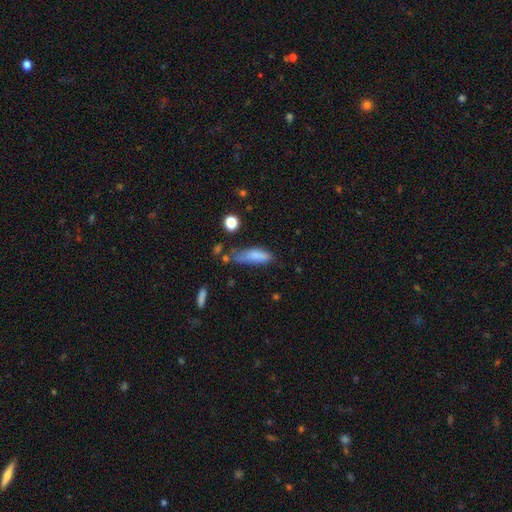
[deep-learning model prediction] A smooth galaxy with no disk features (79%) that is in between round and cigar-shaped (52%).

Vote fractions:
- Smooth or featured? smooth: 79% / featured or disk: 12% / star or artifact: 9%
- How rounded? in between: 52% / cigar-shaped: 46% / round: 3%
- Merging? none: 38% / minor disturbance: 36% / major disturbance: 19% / merger: 8%